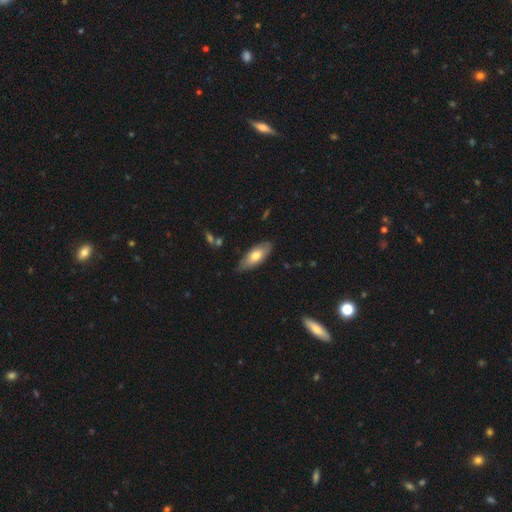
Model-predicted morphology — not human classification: This appears to be a smooth galaxy with no disk features (67%) that is in between round and cigar-shaped (78%). Merging: none (79%).